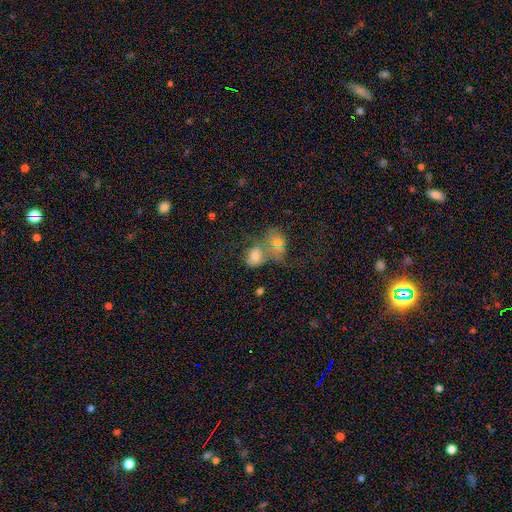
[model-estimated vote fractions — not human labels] A smooth galaxy with no disk features (59%) that is in between round and cigar-shaped (56%).

Vote fractions:
- Smooth or featured? smooth: 59% / featured or disk: 27% / star or artifact: 14%
- How rounded? in between: 56% / round: 42% / cigar-shaped: 2%
- Merging? merger: 60% / none: 22% / minor disturbance: 10% / major disturbance: 9%